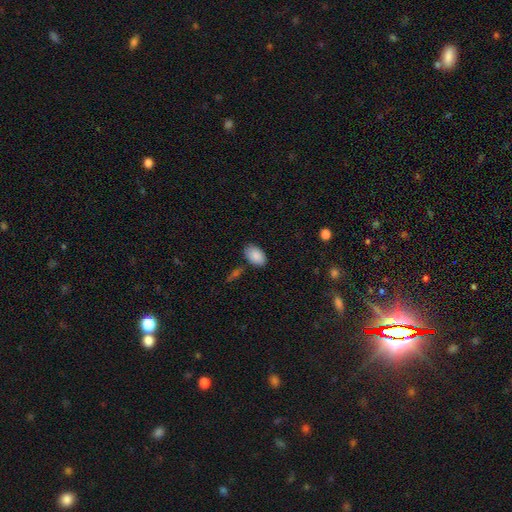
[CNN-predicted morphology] Smooth or featured? smooth (88%)
How rounded? in between (92%)
Merging? none (77%)